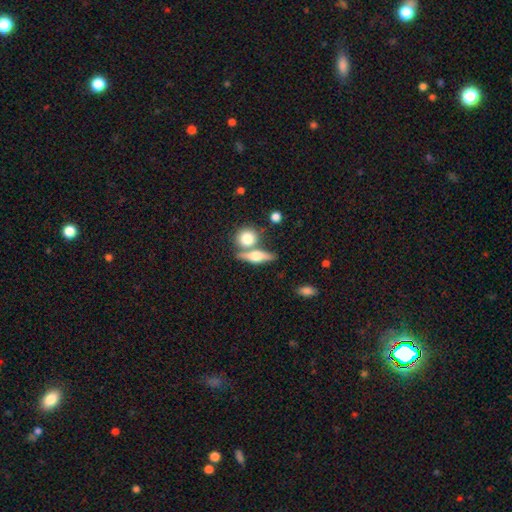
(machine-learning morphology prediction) A featured or disk galaxy (47%).

Vote fractions:
- Smooth or featured? featured or disk: 47% / smooth: 45% / star or artifact: 8%
- Merging? none: 60% / merger: 27% / minor disturbance: 10% / major disturbance: 4%